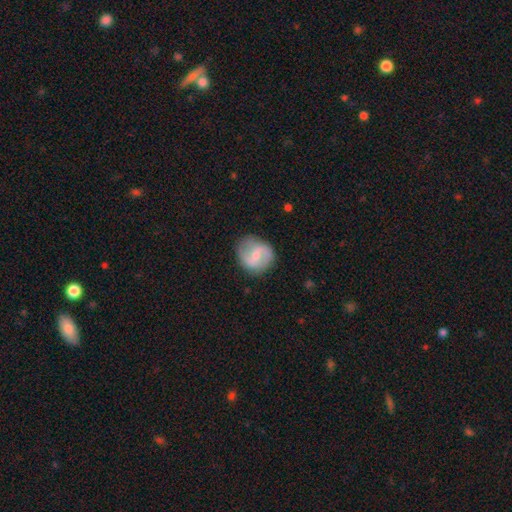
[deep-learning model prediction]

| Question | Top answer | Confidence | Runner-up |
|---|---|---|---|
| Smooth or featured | featured or disk | 64% | smooth (30%) |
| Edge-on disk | no | 97% | yes (3%) |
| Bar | weak | 54% | strong (24%) |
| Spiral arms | yes | 87% | no (13%) |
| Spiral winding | medium | 44% | loose (41%) |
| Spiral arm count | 2 | 88% | can't tell (6%) |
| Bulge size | small | 55% | moderate (35%) |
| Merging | none | 81% | minor disturbance (14%) |